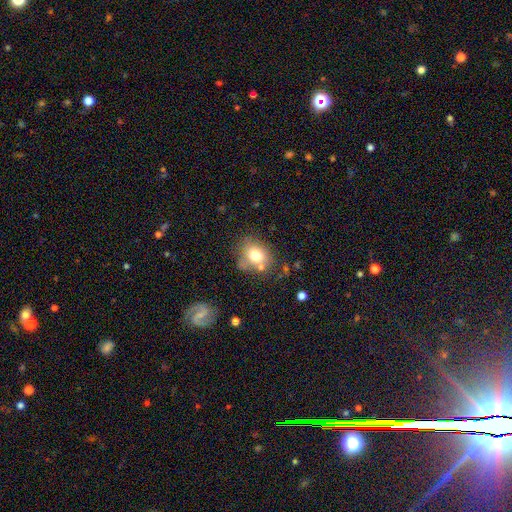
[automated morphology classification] This is likely a smooth galaxy (73%). How rounded: possibly round (58%). Merging: possibly none (58%).